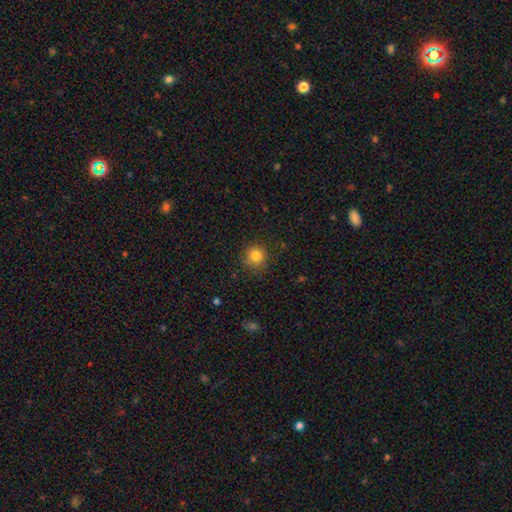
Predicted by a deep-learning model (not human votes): Smooth or featured: smooth — 82% (star or artifact — 12%)
How rounded: round — 93% (in between — 6%)
Merging: none — 85% (minor disturbance — 10%)